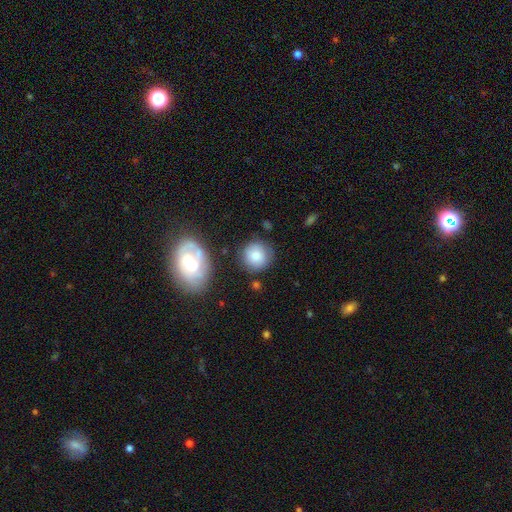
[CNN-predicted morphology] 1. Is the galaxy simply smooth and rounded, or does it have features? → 76% smooth, 16% featured or disk, 8% star or artifact.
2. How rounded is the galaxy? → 89% round, 10% in between, 1% cigar-shaped.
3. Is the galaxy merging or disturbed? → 78% none, 13% minor disturbance, 4% merger, 4% major disturbance.